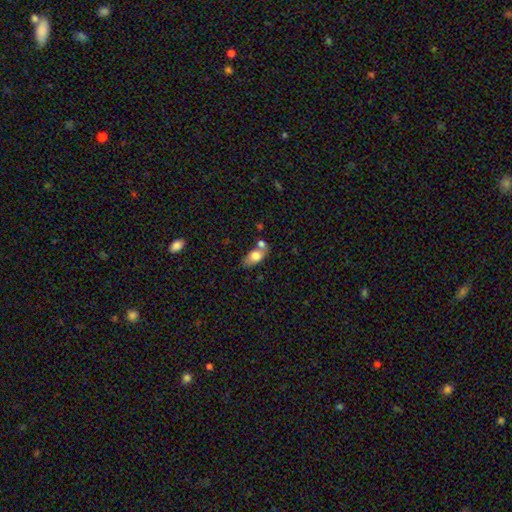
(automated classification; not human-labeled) This appears to be a smooth galaxy with no disk features (76%) that is in between round and cigar-shaped (87%). Merging: none (44%).